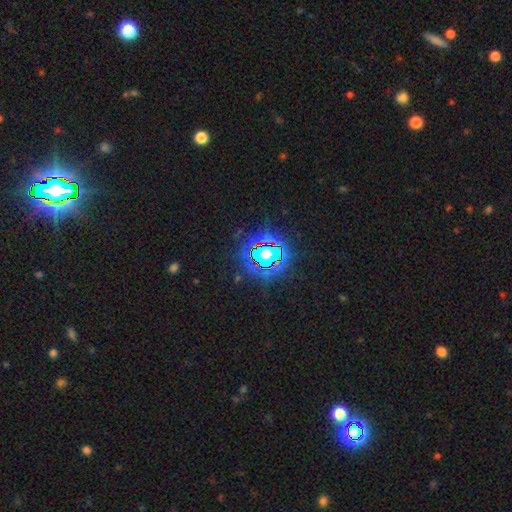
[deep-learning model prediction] smooth-or-featured: star or artifact: 78% | smooth: 13% | featured or disk: 8%